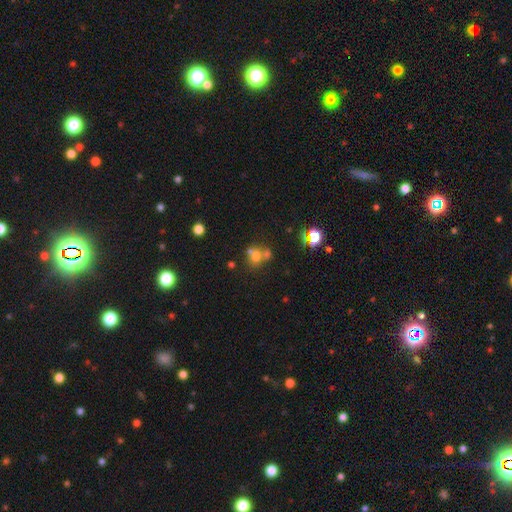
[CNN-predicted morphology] smooth-or-featured: smooth: 59% | star or artifact: 23% | featured or disk: 18%
  how-rounded: round: 77% | in between: 22% | cigar-shaped: 1%
  merging: merger: 47% | none: 40% | minor disturbance: 8% | major disturbance: 5%